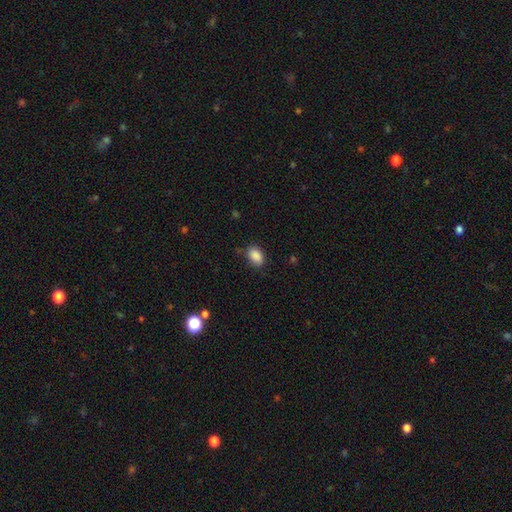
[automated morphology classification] Smooth or featured? smooth (89%)
How rounded? in between (88%)
Merging? none (81%)